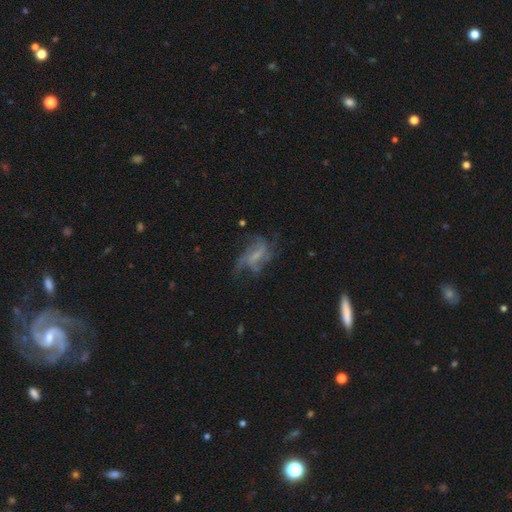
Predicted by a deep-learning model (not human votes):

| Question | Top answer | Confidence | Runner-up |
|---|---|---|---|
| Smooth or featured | featured or disk | 72% | smooth (17%) |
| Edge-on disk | no | 96% | yes (4%) |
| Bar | weak | 49% | no (34%) |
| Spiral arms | yes | 84% | no (16%) |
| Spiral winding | loose | 46% | medium (38%) |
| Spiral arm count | can't tell | 29% | 3 (25%) |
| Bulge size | small | 44% | none (28%) |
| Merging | none | 49% | major disturbance (28%) |